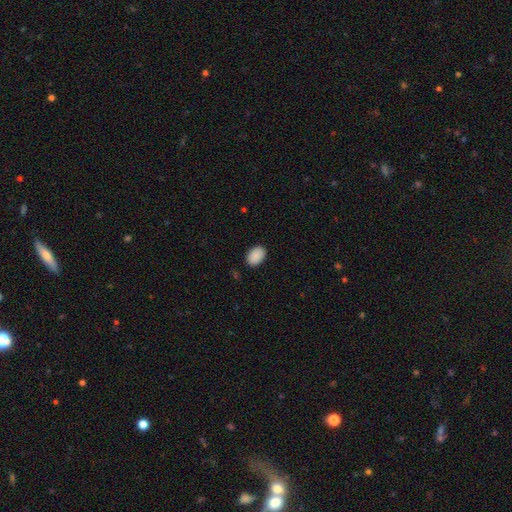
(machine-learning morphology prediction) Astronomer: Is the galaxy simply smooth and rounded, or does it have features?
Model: smooth — 90%.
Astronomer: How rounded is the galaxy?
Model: in between — 83%.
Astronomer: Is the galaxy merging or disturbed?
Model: none — 88%.